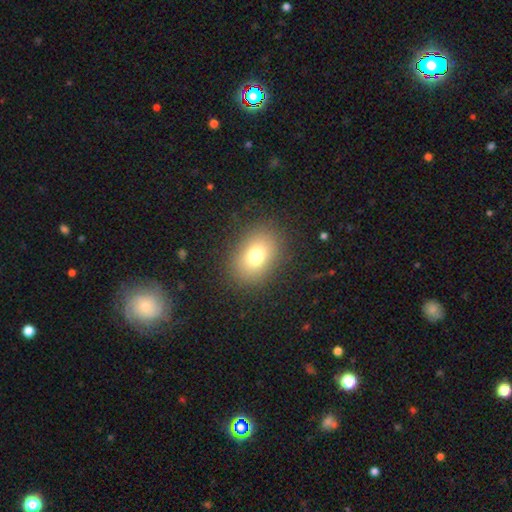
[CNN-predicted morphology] smooth-or-featured: smooth: 76% | star or artifact: 13% | featured or disk: 11%
  how-rounded: in between: 65% | round: 34% | cigar-shaped: 1%
  merging: none: 85% | minor disturbance: 9% | major disturbance: 5% | merger: 1%